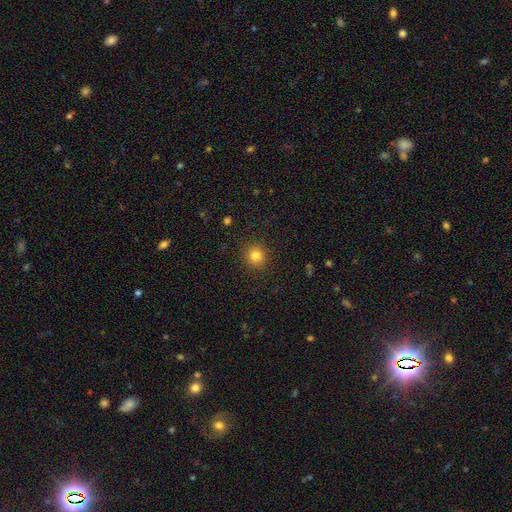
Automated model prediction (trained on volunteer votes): smooth-or-featured: smooth: 83% | star or artifact: 12% | featured or disk: 5%
  how-rounded: round: 92% | in between: 7% | cigar-shaped: 1%
  merging: none: 90% | minor disturbance: 6% | major disturbance: 2% | merger: 1%